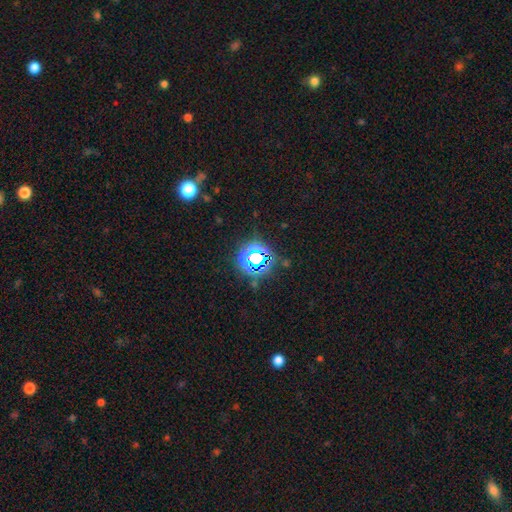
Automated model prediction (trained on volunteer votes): Q: Smooth or featured?
A: star or artifact (74%); runner-up: smooth (17%)